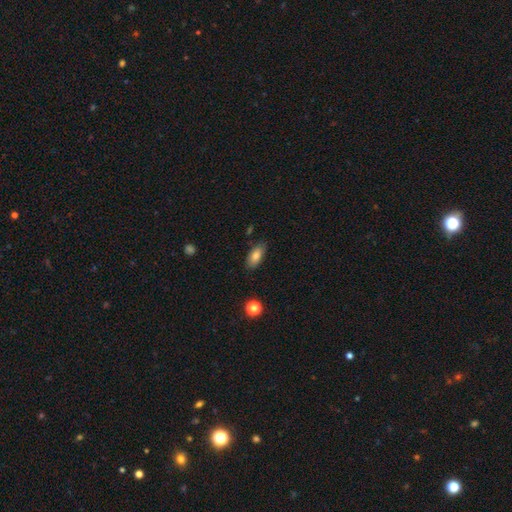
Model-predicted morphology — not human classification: Smooth or featured? Predicted: smooth (p=0.81). How rounded? Predicted: in between (p=0.88). Merging? Predicted: none (p=0.82).